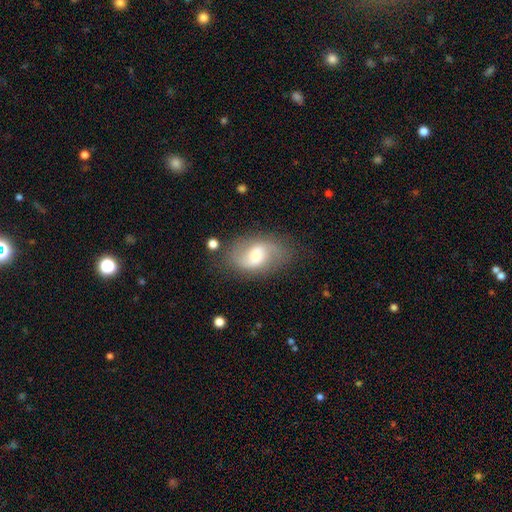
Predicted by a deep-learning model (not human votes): smooth_or_featured: featured or disk (p=0.63) [alt: smooth p=0.29]
disk_edge_on: no (p=0.95) [alt: yes p=0.05]
bar: weak (p=0.51) [alt: no p=0.35]
has_spiral_arms: yes (p=0.87) [alt: no p=0.13]
spiral_winding: loose (p=0.54) [alt: medium p=0.35]
spiral_arm_count: 2 (p=0.86) [alt: can't tell p=0.07]
bulge_size: moderate (p=0.56) [alt: small p=0.24]
merging: none (p=0.75) [alt: minor disturbance p=0.17]